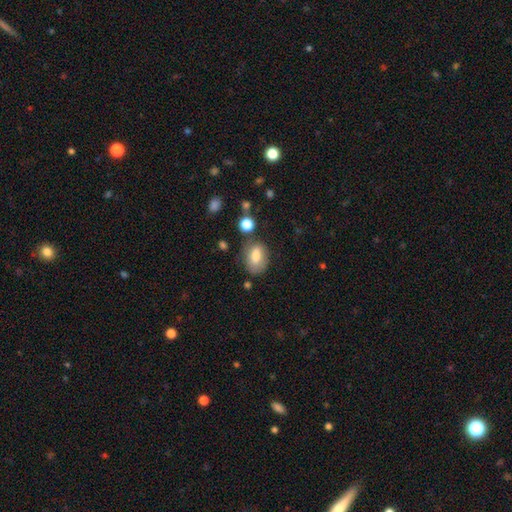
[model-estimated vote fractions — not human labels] smooth 78%, featured or disk 14%, star or artifact 8%. Down the decision tree: how rounded — in between (77%); merging — none (63%).